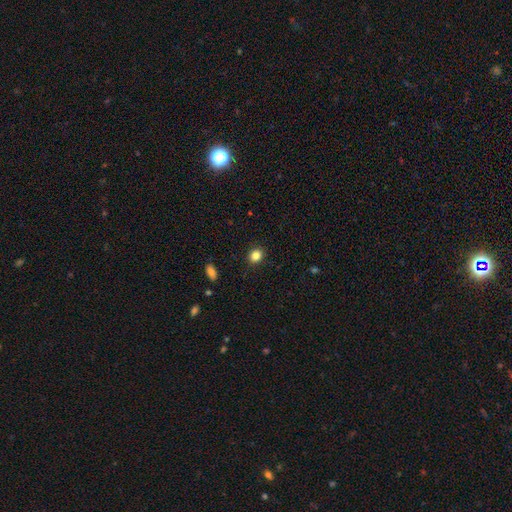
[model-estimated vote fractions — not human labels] Smooth or featured?
  - smooth: 84% *
  - star or artifact: 11%
  - featured or disk: 5%
How rounded?
  - round: 70% *
  - in between: 29%
  - cigar-shaped: 1%
Merging?
  - none: 90% *
  - minor disturbance: 7%
  - major disturbance: 2%
  - merger: 1%